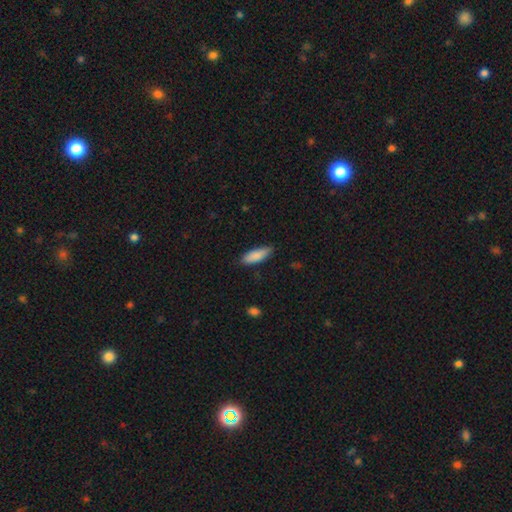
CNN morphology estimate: The model was most divided on "how rounded": in between: 58%, cigar-shaped: 40%, round: 2%. More confident: smooth or featured — smooth (86%); merging — none (83%).